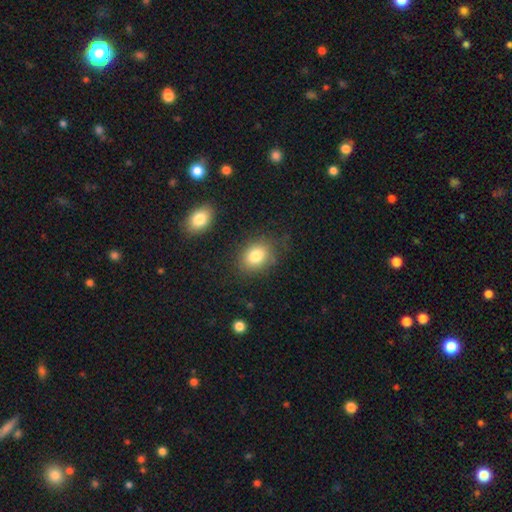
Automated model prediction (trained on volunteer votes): Smooth or featured? smooth (81%)
How rounded? in between (65%)
Merging? none (77%)